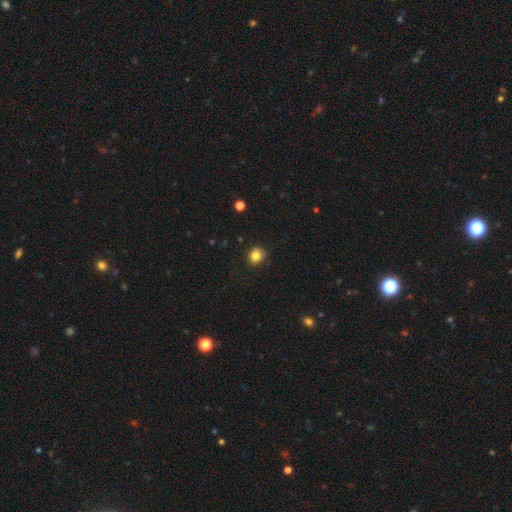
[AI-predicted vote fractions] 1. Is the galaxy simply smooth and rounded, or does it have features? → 83% smooth, 11% star or artifact, 6% featured or disk.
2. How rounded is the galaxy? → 82% round, 17% in between, 1% cigar-shaped.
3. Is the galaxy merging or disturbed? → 85% none, 12% minor disturbance, 2% major disturbance, 1% merger.